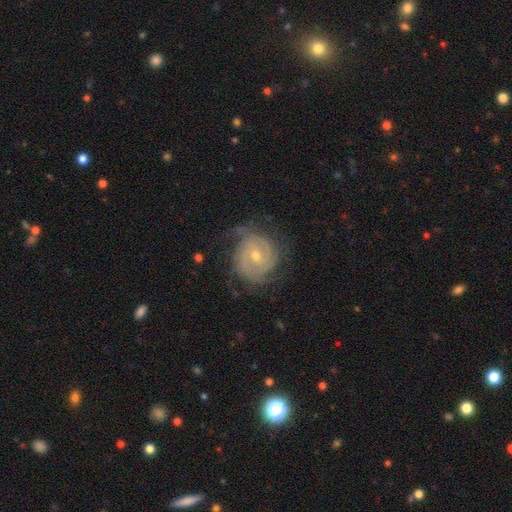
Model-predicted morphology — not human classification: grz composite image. It shows a featured or disk galaxy (82%) with no bar (56%), 2 (36%) tight (64%) spiral arms (93%) and a small central bulge (52%). Merging: none (66%).